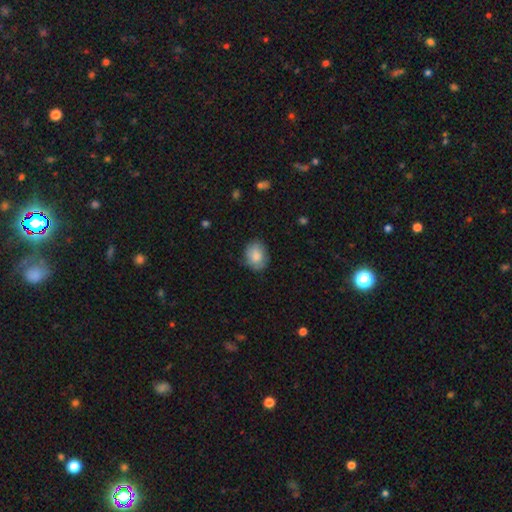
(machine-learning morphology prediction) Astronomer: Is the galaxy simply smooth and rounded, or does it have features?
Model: smooth — 82%.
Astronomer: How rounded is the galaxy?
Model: in between — 52% (runner-up: round, 47%).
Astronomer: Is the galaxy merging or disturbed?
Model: none — 77%.